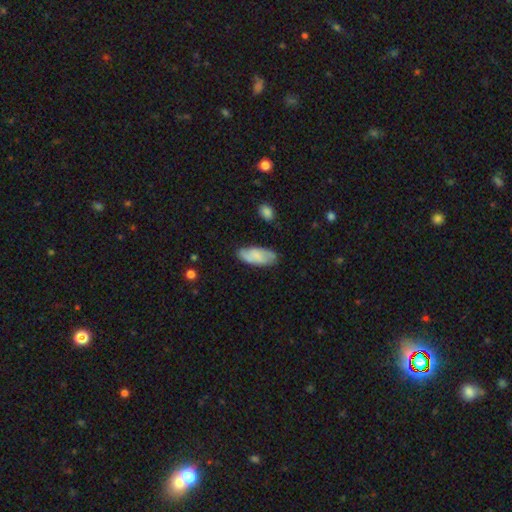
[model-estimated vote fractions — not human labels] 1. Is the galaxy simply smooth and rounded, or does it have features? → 63% smooth, 30% featured or disk, 7% star or artifact.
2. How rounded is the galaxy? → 86% in between, 12% cigar-shaped, 2% round.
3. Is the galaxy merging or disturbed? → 75% none, 19% minor disturbance, 4% major disturbance, 2% merger.